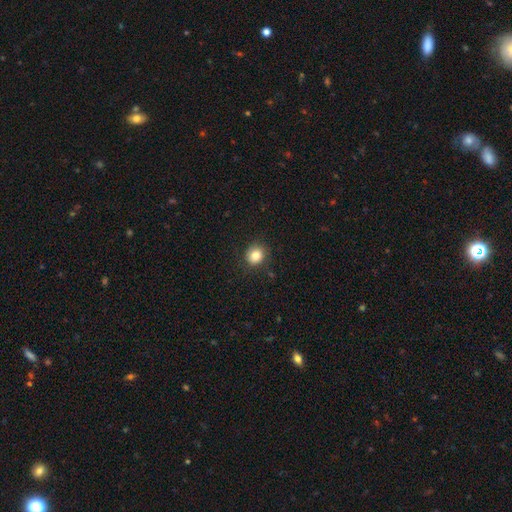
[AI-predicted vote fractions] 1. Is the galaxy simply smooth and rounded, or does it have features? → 83% smooth, 10% star or artifact, 6% featured or disk.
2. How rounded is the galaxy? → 74% round, 25% in between, 1% cigar-shaped.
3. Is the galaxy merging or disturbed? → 85% none, 11% minor disturbance, 3% major disturbance, 1% merger.